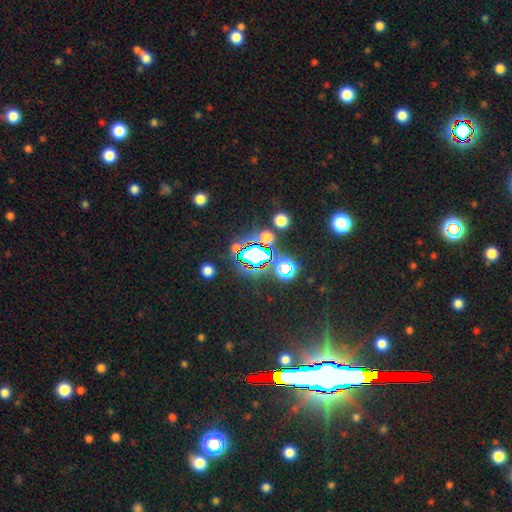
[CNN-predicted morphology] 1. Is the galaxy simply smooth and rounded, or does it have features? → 69% star or artifact, 19% smooth, 11% featured or disk.